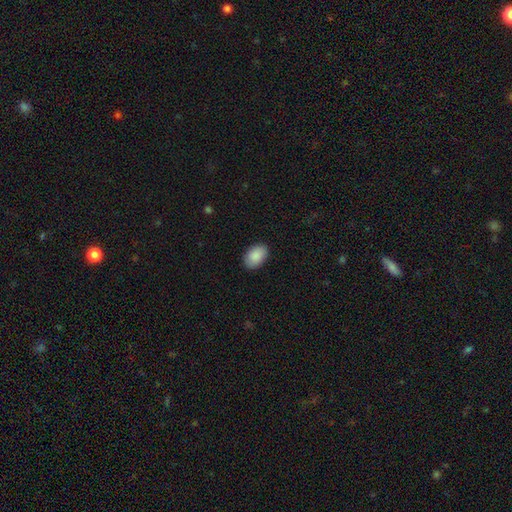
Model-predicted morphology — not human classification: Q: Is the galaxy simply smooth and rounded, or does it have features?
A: smooth — 90%.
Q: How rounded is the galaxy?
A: in between — 90%.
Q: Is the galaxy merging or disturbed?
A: none — 88%.